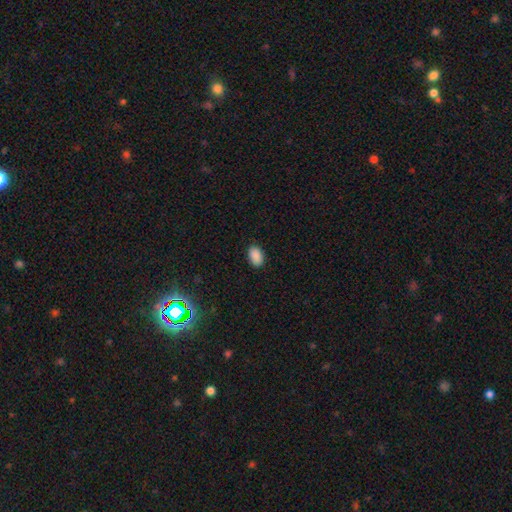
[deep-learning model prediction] A smooth galaxy with no disk features (89%) that is in between round and cigar-shaped (91%). Merging: none (88%).